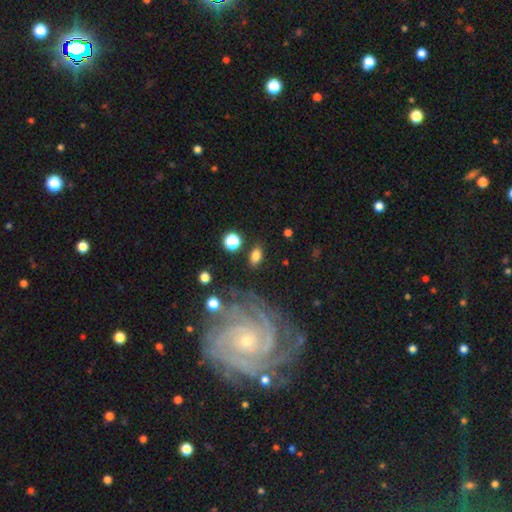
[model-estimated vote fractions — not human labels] Smooth or featured?
  - smooth: 80% *
  - star or artifact: 10%
  - featured or disk: 10%
How rounded?
  - in between: 85% *
  - round: 12%
  - cigar-shaped: 3%
Merging?
  - none: 84% *
  - minor disturbance: 9%
  - major disturbance: 4%
  - merger: 3%